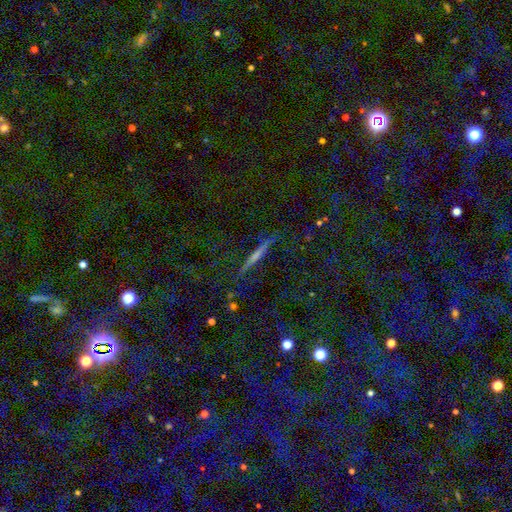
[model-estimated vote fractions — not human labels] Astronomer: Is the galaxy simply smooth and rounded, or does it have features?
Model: featured or disk — 59%.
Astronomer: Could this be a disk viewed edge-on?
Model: yes — 97%.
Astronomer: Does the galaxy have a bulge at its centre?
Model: rounded — 56% (runner-up: none, 35%).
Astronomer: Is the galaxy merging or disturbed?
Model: none — 87%.